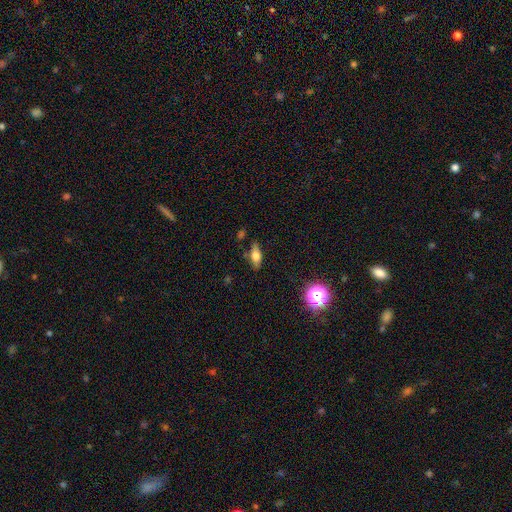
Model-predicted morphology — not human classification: A smooth galaxy with no disk features (60%) that is in between round and cigar-shaped (72%). Merging: none (79%).